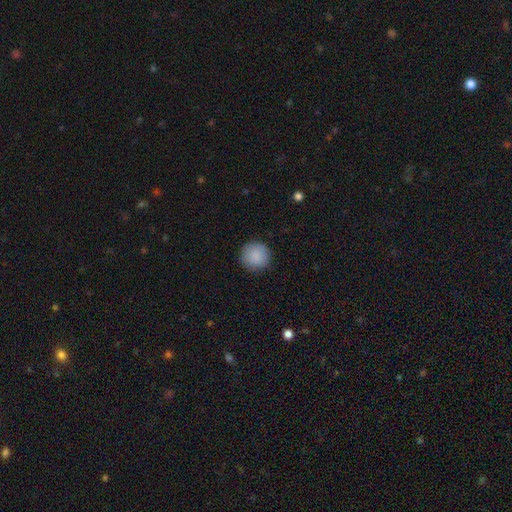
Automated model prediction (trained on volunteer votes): A smooth galaxy with no disk features (89%) that is round (95%). Merging: none (90%).